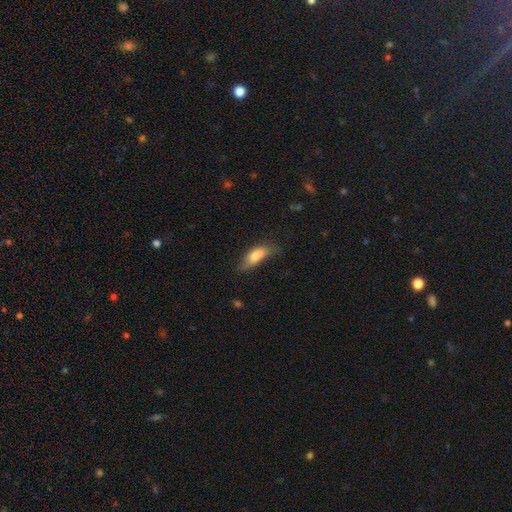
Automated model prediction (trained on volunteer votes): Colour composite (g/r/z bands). It shows a smooth galaxy with no disk features (74%) that is in between round and cigar-shaped (72%). Merging: none (49%).